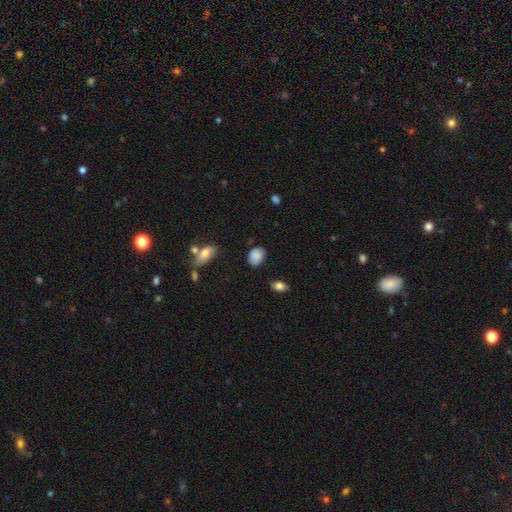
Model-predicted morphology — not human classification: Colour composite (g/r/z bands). It shows a smooth galaxy with no disk features (84%) that is in between round and cigar-shaped (65%). Merging: none (73%).